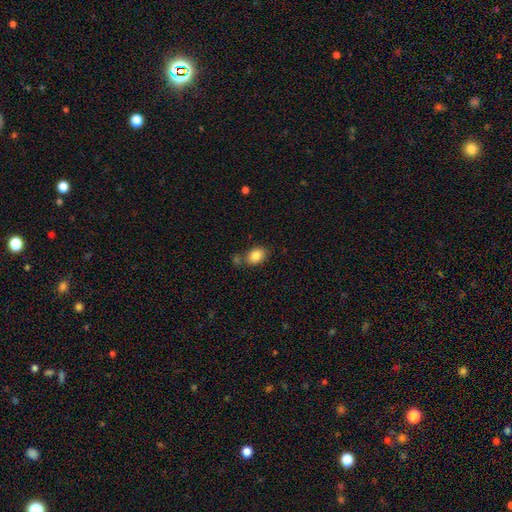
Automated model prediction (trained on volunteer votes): A smooth galaxy with no disk features (85%) that is in between round and cigar-shaped (70%). Merging: none (69%).